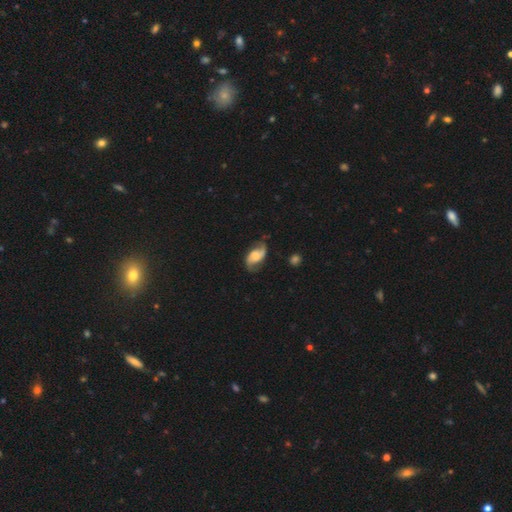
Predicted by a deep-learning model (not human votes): A featured or disk galaxy (78%) with no bar (49%), 2 (91%) loose (46%) spiral arms (95%) and a moderate central bulge (32%).

Vote fractions:
- Smooth or featured? featured or disk: 78% / smooth: 16% / star or artifact: 6%
- Edge-on disk? no: 97% / yes: 3%
- Bar? no: 49% / weak: 38% / strong: 12%
- Spiral arms? yes: 95% / no: 5%
- Spiral winding? loose: 46% / medium: 40% / tight: 14%
- Spiral arm count? 2: 91% / can't tell: 4% / 1: 3% / 3: 1% / 4: 1% / more than 4: 1%
- Bulge size? moderate: 32% / large: 24% / small: 21% / none: 19% / dominant: 4%
- Merging? none: 71% / minor disturbance: 19% / major disturbance: 8% / merger: 2%